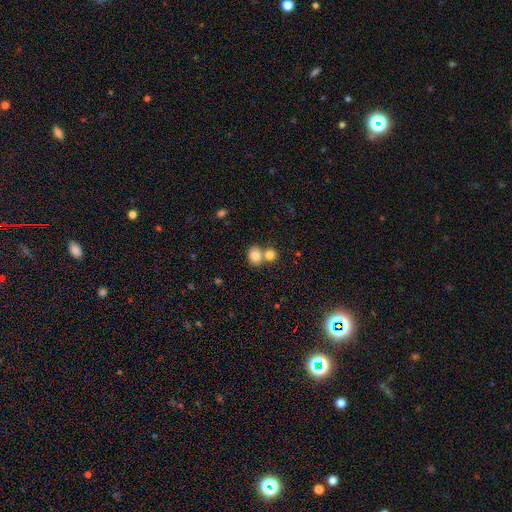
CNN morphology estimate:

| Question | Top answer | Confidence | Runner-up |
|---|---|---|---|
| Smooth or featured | smooth | 82% | star or artifact (10%) |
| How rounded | round | 64% | in between (35%) |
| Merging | merger | 46% | none (43%) |